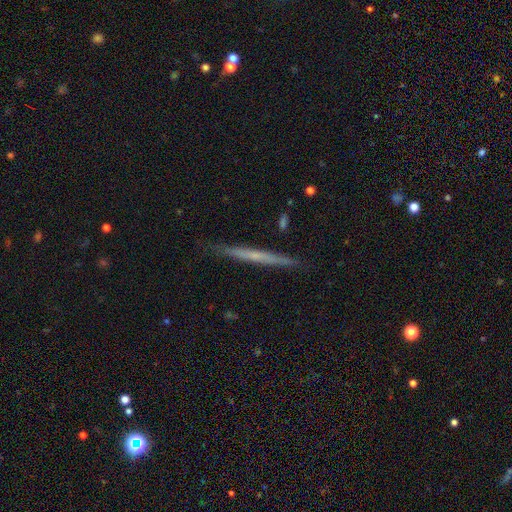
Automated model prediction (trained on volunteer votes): Smooth or featured? featured or disk (56%)
Edge-on disk? yes (97%)
Edge-on bulge? none (76%)
Merging? none (89%)